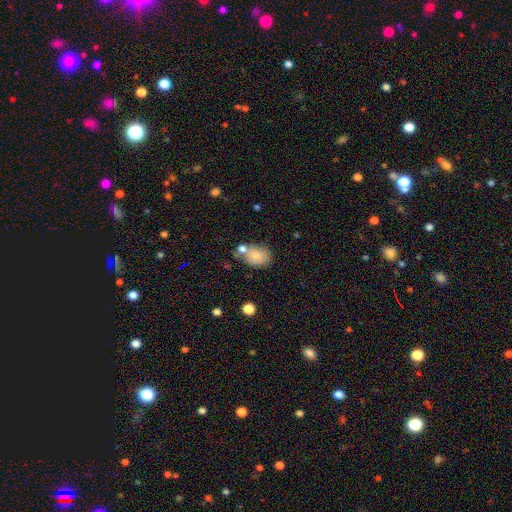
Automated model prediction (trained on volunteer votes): The model was most divided on "merging": none: 53%, merger: 22%, minor disturbance: 19%, major disturbance: 6%. More confident: smooth or featured — smooth (81%); how rounded — in between (68%).